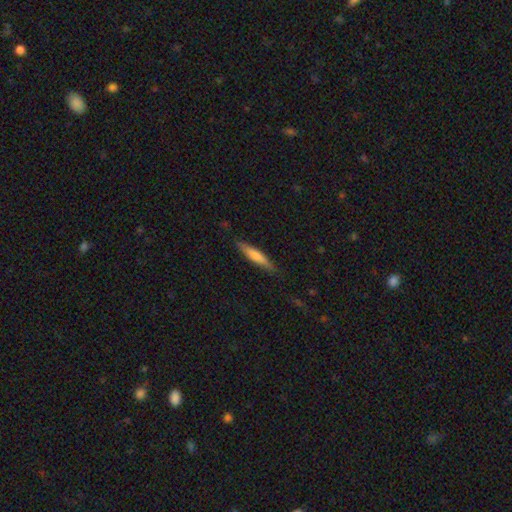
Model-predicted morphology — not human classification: smooth-or-featured: smooth: 69% | featured or disk: 25% | star or artifact: 5%
  how-rounded: cigar-shaped: 88% | in between: 11% | round: 1%
  merging: none: 85% | minor disturbance: 11% | major disturbance: 2% | merger: 1%